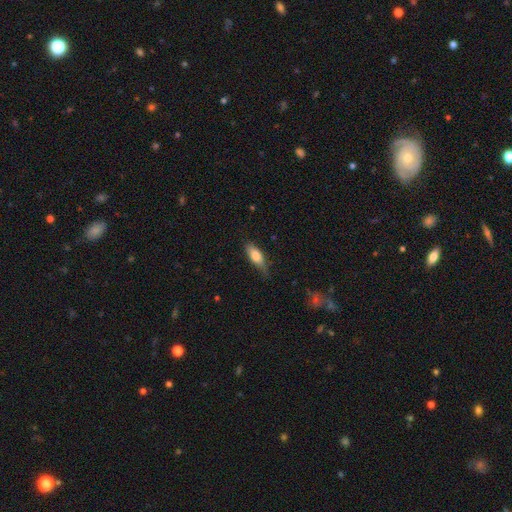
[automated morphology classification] The model was most divided on "merging": none: 65%, minor disturbance: 29%, major disturbance: 5%, merger: 1%. More confident: smooth or featured — smooth (75%); how rounded — in between (68%).